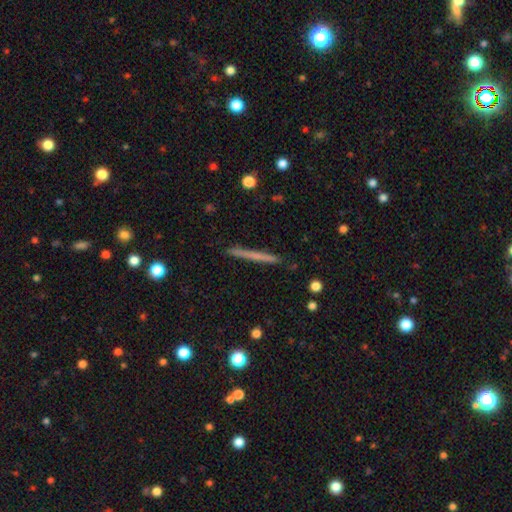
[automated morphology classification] The model was most divided on "smooth or featured": smooth: 53%, featured or disk: 41%, star or artifact: 7%. More confident: how rounded — cigar-shaped (96%); merging — none (91%).